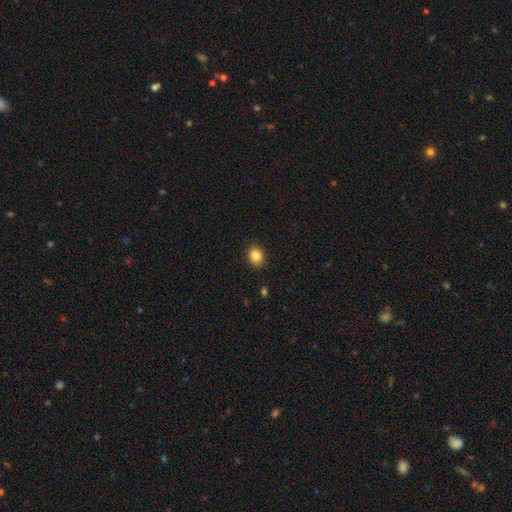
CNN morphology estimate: The model was most divided on "how rounded": round: 54%, in between: 45%, cigar-shaped: 1%. More confident: merging — none (90%); smooth or featured — smooth (85%).